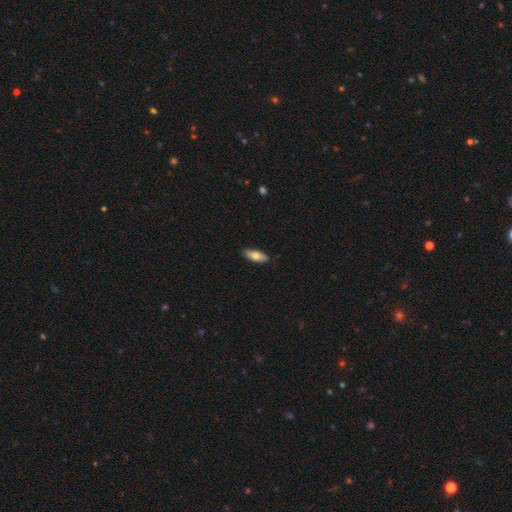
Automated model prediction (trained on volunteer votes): Smooth or featured?
  - smooth: 73% *
  - featured or disk: 21%
  - star or artifact: 6%
How rounded?
  - in between: 73% *
  - cigar-shaped: 25%
  - round: 2%
Merging?
  - none: 85% *
  - minor disturbance: 12%
  - major disturbance: 2%
  - merger: 1%